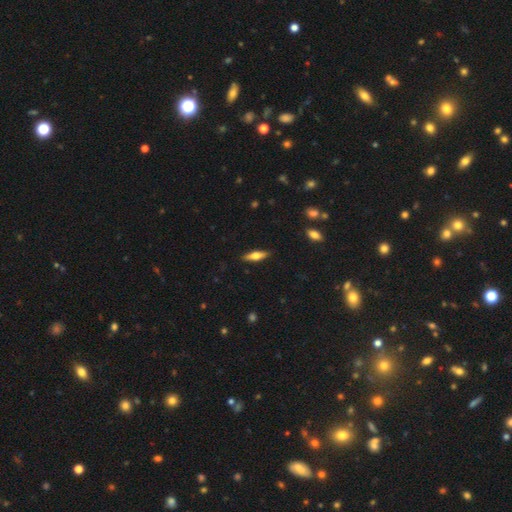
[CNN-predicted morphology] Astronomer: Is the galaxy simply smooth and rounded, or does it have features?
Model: smooth — 48% (runner-up: featured or disk, 46%).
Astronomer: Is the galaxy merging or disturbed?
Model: none — 89%.